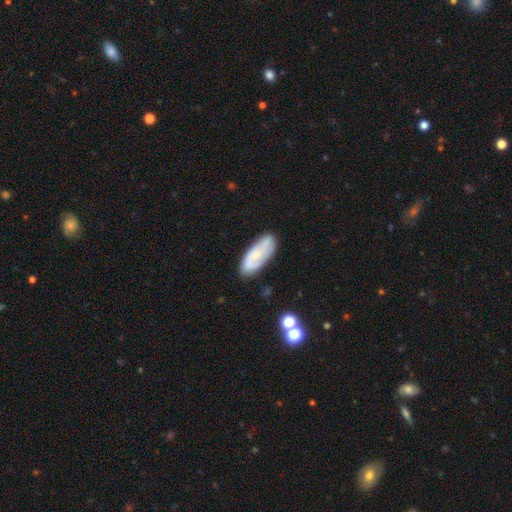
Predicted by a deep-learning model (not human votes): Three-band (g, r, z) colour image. It shows a featured or disk galaxy (54%). Merging: none (77%).